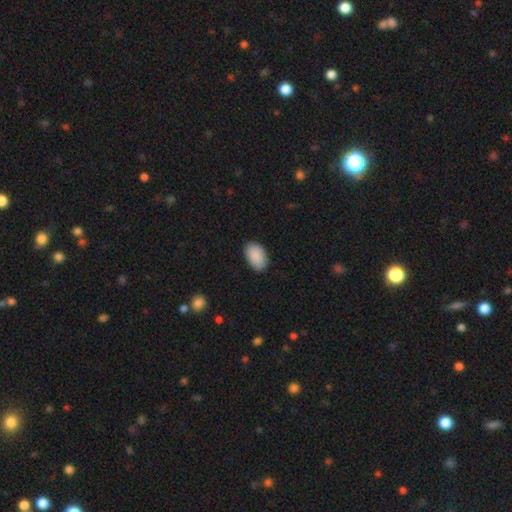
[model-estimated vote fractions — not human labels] A smooth galaxy with no disk features (91%) that is in between round and cigar-shaped (93%). Merging: none (87%).